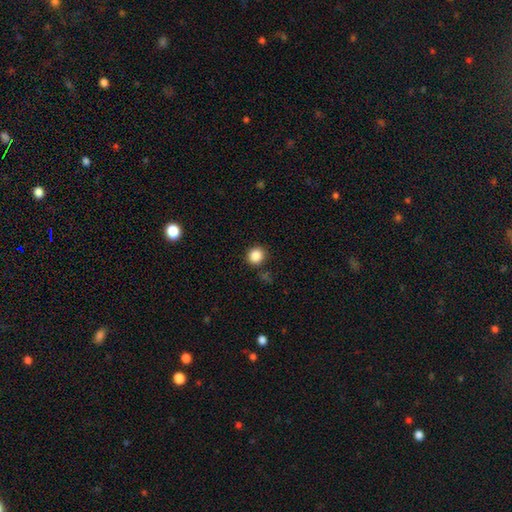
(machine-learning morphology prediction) A smooth galaxy with no disk features (87%) that is round (88%). Merging: none (87%).